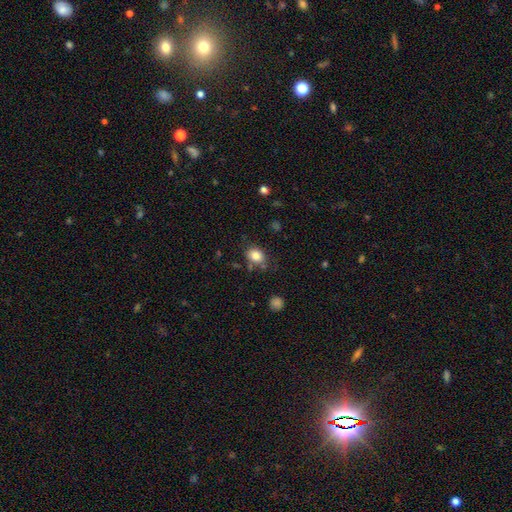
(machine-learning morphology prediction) This appears to be a smooth galaxy with no disk features (82%) that is in between round and cigar-shaped (55%). Merging: none (70%).